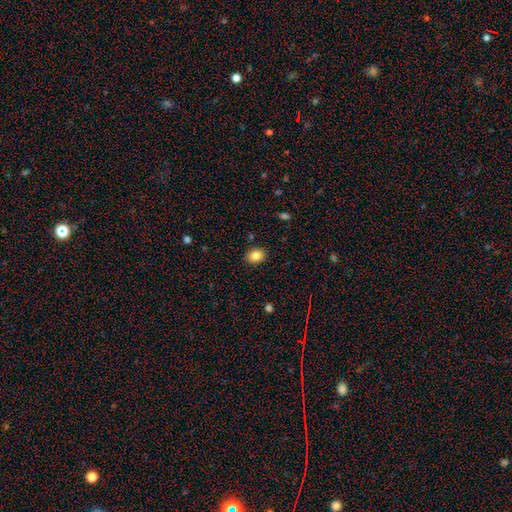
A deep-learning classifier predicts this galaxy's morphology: smooth_or_featured: smooth (p=0.85) [alt: star or artifact p=0.10]
how_rounded: in between (p=0.54) [alt: round p=0.45]
merging: none (p=0.88) [alt: minor disturbance p=0.08]